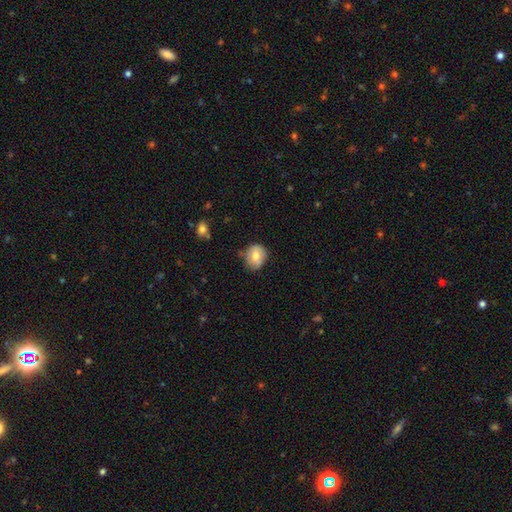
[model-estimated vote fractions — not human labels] A smooth galaxy with no disk features (71%) that is round (71%).

Vote fractions:
- Smooth or featured? smooth: 71% / featured or disk: 21% / star or artifact: 8%
- How rounded? round: 71% / in between: 28% / cigar-shaped: 1%
- Merging? none: 68% / minor disturbance: 25% / major disturbance: 5% / merger: 3%